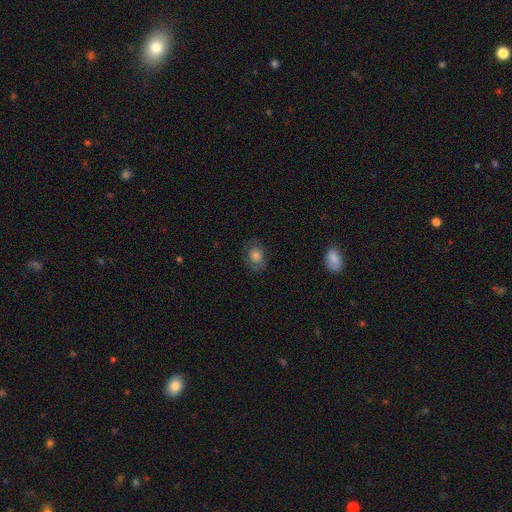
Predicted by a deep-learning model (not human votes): Smooth or featured?
  - smooth: 77% *
  - featured or disk: 12%
  - star or artifact: 10%
How rounded?
  - in between: 53% *
  - round: 46%
  - cigar-shaped: 1%
Merging?
  - none: 74% *
  - minor disturbance: 18%
  - major disturbance: 6%
  - merger: 1%